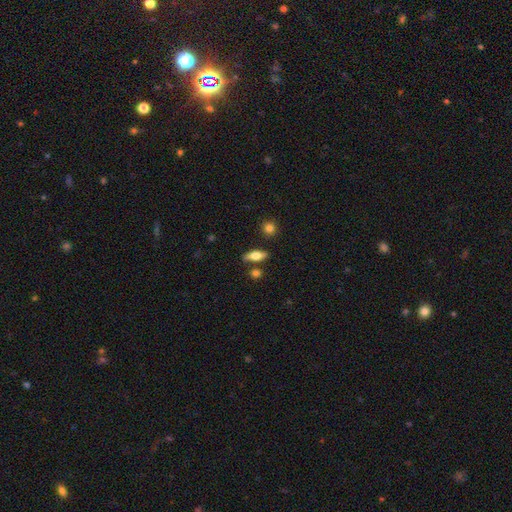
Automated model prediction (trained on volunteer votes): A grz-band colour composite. It shows a smooth galaxy with no disk features (64%) that is in between round and cigar-shaped (66%). Merging: none (78%).